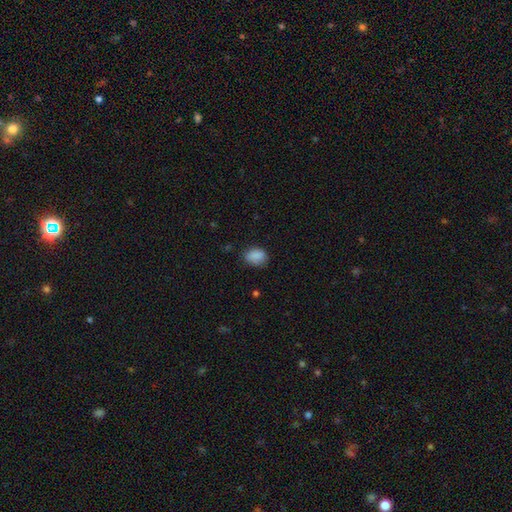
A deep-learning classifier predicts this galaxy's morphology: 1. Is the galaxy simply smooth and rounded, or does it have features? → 86% smooth, 9% star or artifact, 6% featured or disk.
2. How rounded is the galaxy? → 66% in between, 33% round, 1% cigar-shaped.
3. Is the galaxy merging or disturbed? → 70% none, 23% minor disturbance, 5% major disturbance, 1% merger.